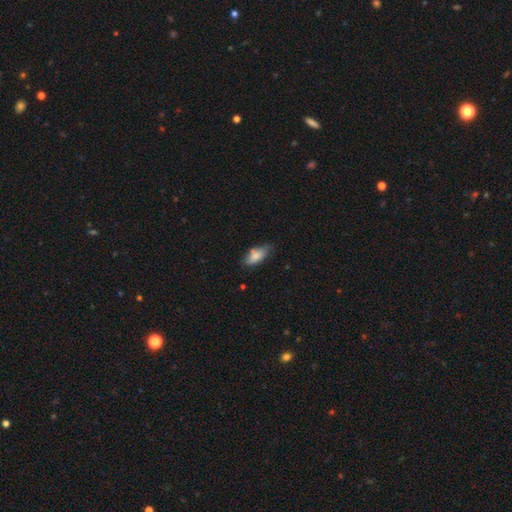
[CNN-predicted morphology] Q: Smooth or featured?
A: smooth (78%); runner-up: featured or disk (15%)
Q: How rounded?
A: in between (81%); runner-up: cigar-shaped (16%)
Q: Merging?
A: none (60%); runner-up: minor disturbance (29%)